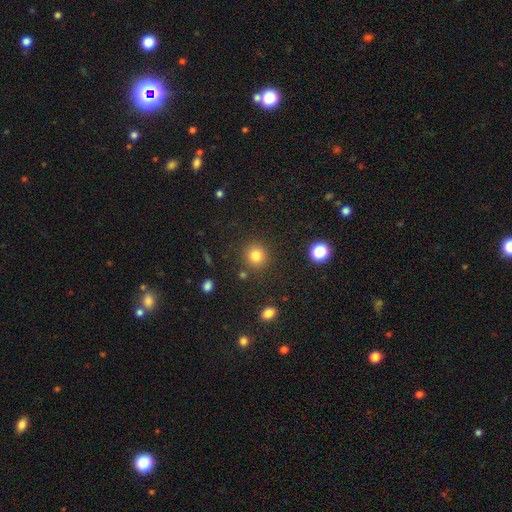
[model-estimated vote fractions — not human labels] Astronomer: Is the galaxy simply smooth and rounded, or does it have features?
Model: smooth — 82%.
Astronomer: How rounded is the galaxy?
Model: round — 90%.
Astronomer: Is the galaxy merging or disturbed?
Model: none — 86%.